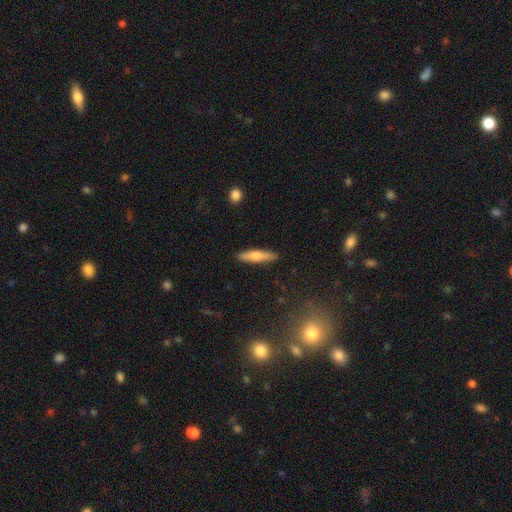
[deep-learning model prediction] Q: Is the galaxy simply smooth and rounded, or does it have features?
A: smooth — 66%.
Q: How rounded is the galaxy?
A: cigar-shaped — 80%.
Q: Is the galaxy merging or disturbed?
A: none — 89%.